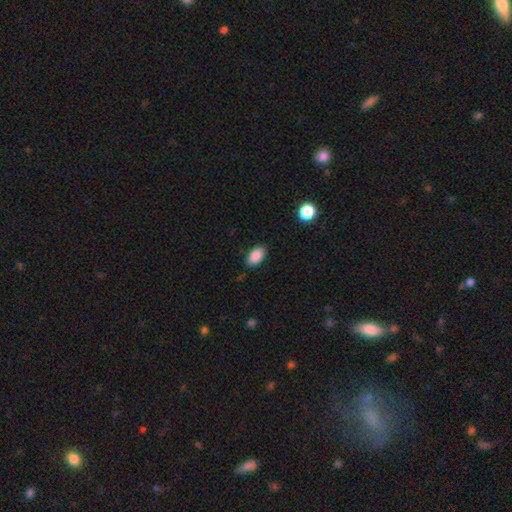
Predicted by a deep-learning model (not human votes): Q: Smooth or featured?
A: smooth (89%); runner-up: star or artifact (8%)
Q: How rounded?
A: in between (92%); runner-up: round (6%)
Q: Merging?
A: none (81%); runner-up: minor disturbance (15%)